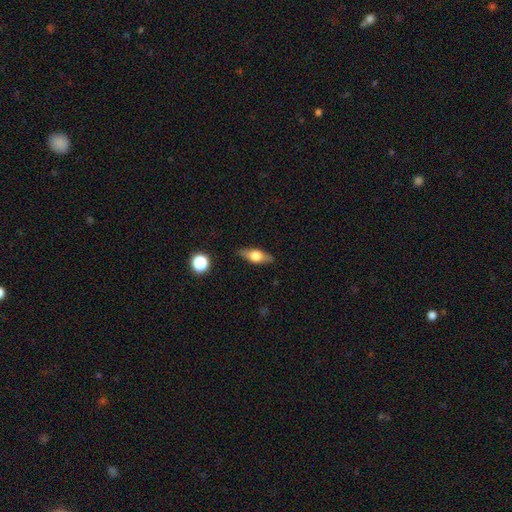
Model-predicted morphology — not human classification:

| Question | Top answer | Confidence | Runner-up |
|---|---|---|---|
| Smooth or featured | smooth | 47% | featured or disk (45%) |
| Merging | none | 85% | minor disturbance (11%) |